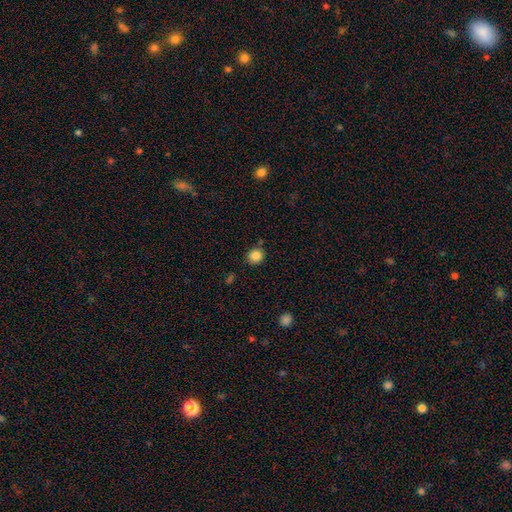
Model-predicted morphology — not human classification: This appears to be a smooth galaxy with no disk features (85%) that is round (85%). Merging: none (83%).